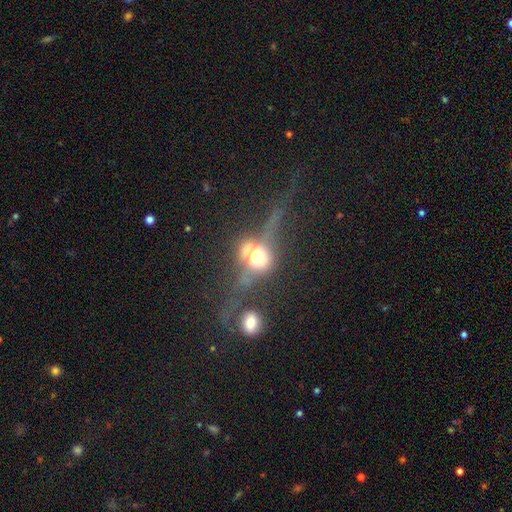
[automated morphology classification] Smooth or featured: featured or disk — 58% (smooth — 28%)
Edge-on disk: yes — 68% (no — 32%)
Merging: none — 39% (major disturbance — 23%)